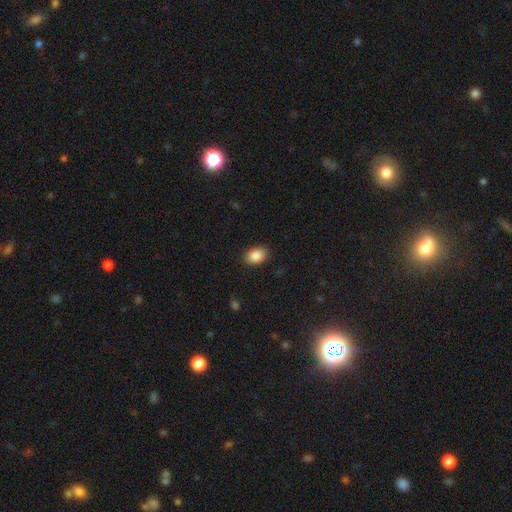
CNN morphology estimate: Smooth or featured?
  - smooth: 88% *
  - star or artifact: 8%
  - featured or disk: 4%
How rounded?
  - in between: 84% *
  - round: 15%
  - cigar-shaped: 1%
Merging?
  - none: 88% *
  - minor disturbance: 9%
  - major disturbance: 2%
  - merger: 1%